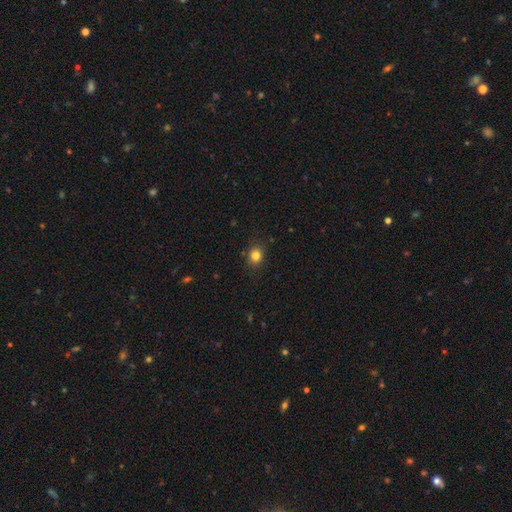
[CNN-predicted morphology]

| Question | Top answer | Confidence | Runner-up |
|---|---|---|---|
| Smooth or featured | smooth | 82% | star or artifact (13%) |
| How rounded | round | 67% | in between (32%) |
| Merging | none | 87% | minor disturbance (9%) |